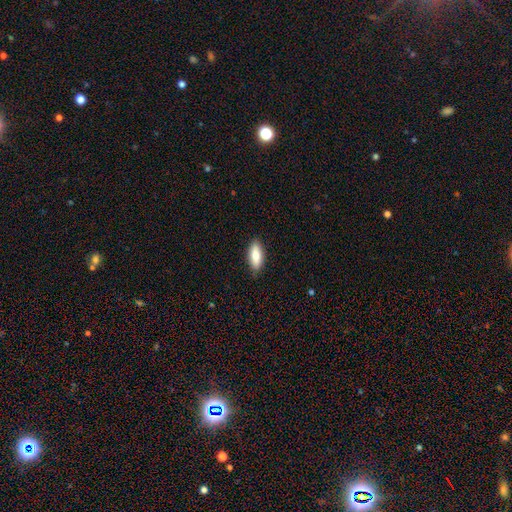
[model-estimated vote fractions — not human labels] A smooth galaxy with no disk features (85%) that is in between round and cigar-shaped (79%). Merging: none (85%).